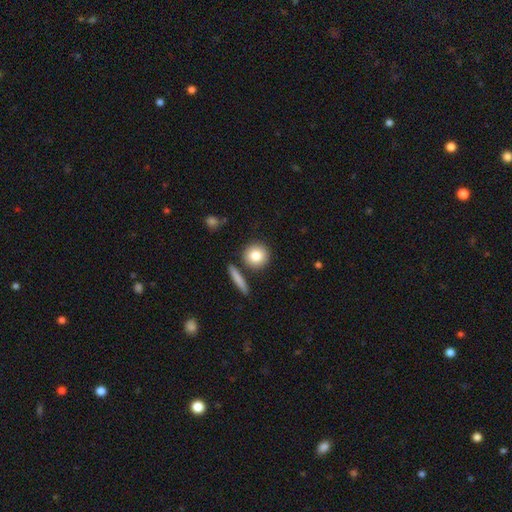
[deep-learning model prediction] Smooth or featured: smooth — 82% (featured or disk — 10%)
How rounded: round — 88% (in between — 10%)
Merging: none — 81% (merger — 8%)